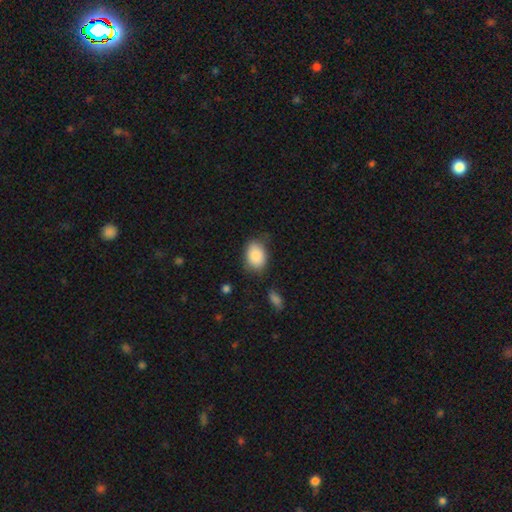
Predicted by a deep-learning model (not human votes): A smooth galaxy with no disk features (87%) that is in between round and cigar-shaped (80%). Merging: none (72%).